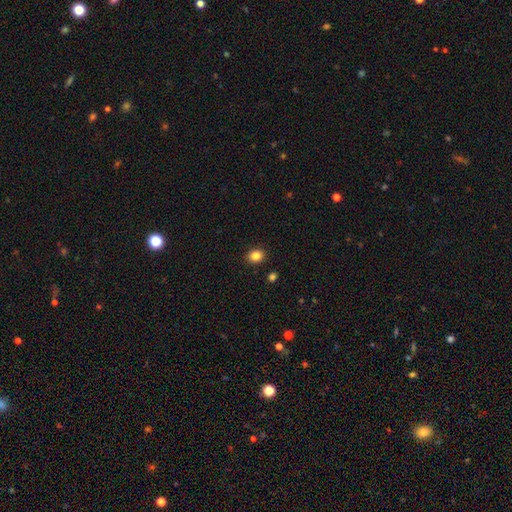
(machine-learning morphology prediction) This is clearly a smooth galaxy (86%). How rounded: possibly round (56%). Merging: clearly none (89%).